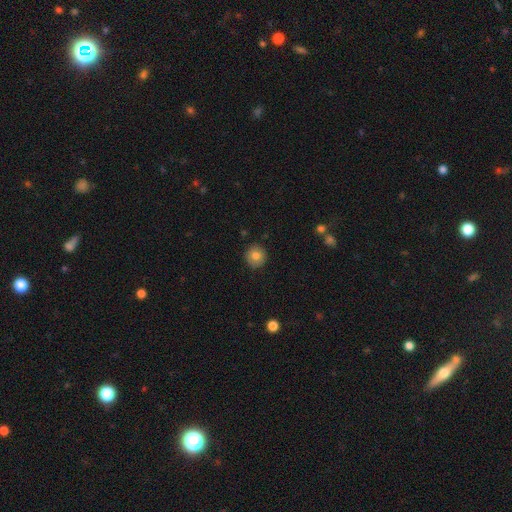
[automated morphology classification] Overall: smooth (79%). How rounded: round (93%). Merging: none (90%).